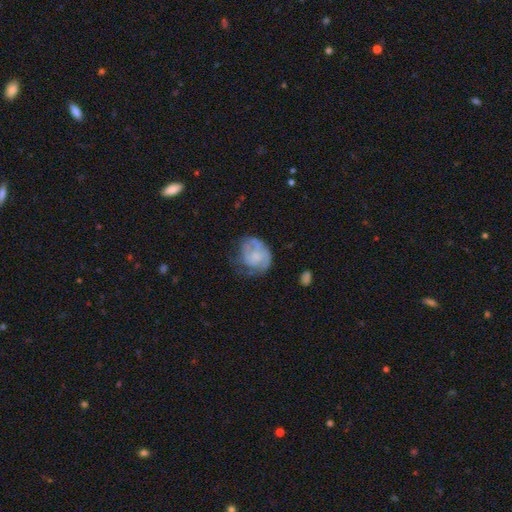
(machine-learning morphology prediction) Smooth or featured: featured or disk — 55% (smooth — 37%)
Edge-on disk: no — 98% (yes — 2%)
Bar: no — 79% (weak — 18%)
Spiral arms: yes — 64% (no — 36%)
Bulge size: small — 38% (moderate — 28%)
Merging: none — 43% (minor disturbance — 29%)